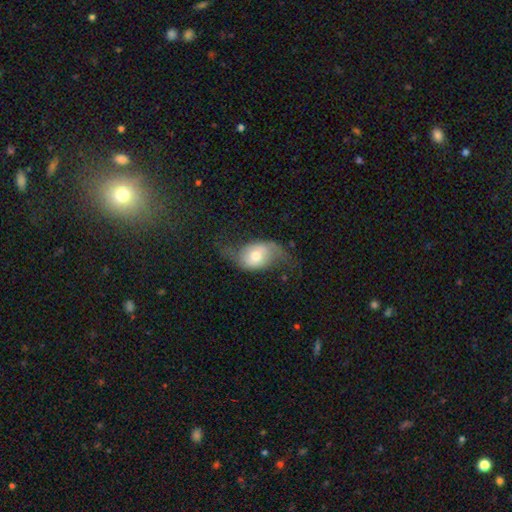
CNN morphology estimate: This is possibly a featured or disk galaxy (60%). It is clearly not viewed edge-on (94%). Bar: likely no (60%). Spiral arm pattern: clearly yes (80%). Central bulge: possibly moderate (54%). Merging: possibly none (48%).